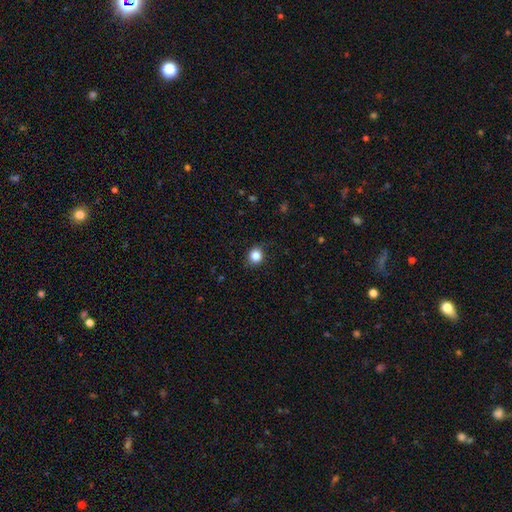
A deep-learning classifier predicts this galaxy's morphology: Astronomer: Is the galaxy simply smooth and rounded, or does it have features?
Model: smooth — 85%.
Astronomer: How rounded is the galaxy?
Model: round — 82%.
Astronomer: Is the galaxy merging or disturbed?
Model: none — 86%.